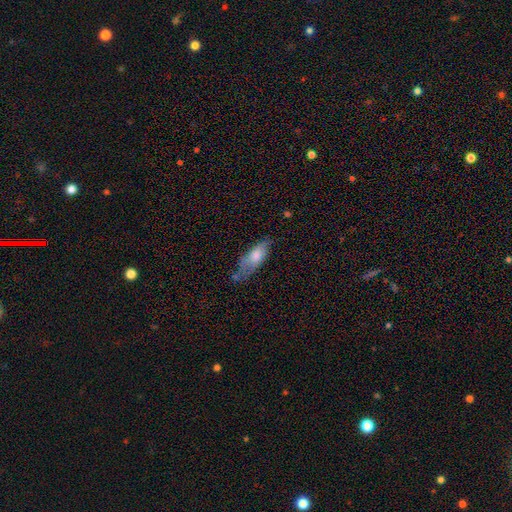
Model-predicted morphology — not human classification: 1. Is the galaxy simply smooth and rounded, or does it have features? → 69% smooth, 24% featured or disk, 7% star or artifact.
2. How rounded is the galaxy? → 72% in between, 25% cigar-shaped, 2% round.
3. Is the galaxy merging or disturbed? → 45% none, 36% minor disturbance, 14% major disturbance, 5% merger.